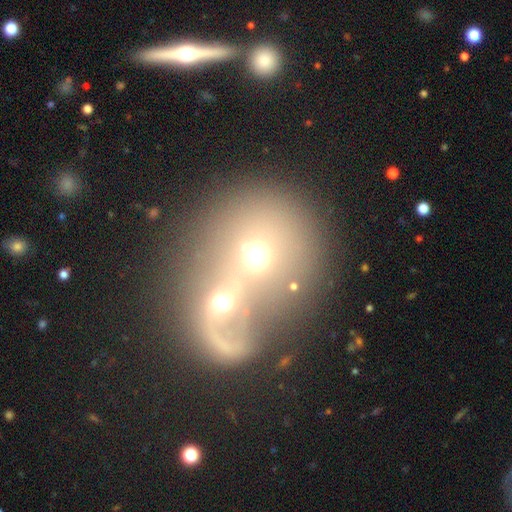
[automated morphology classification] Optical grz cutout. It shows a smooth galaxy with no disk features (41%, tied with featured or disk). Merging: merger (74%).